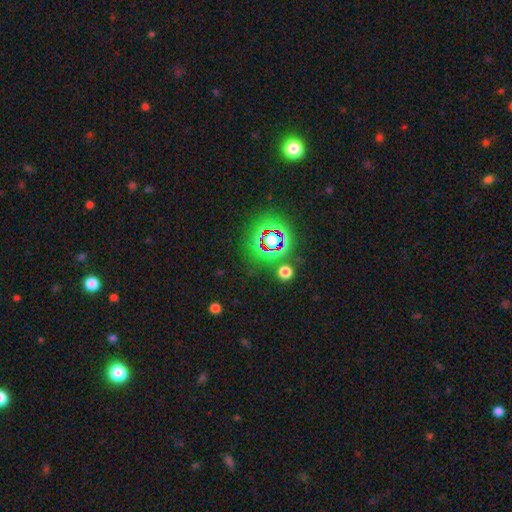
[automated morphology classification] Q: Smooth or featured?
A: star or artifact (76%); runner-up: smooth (15%)